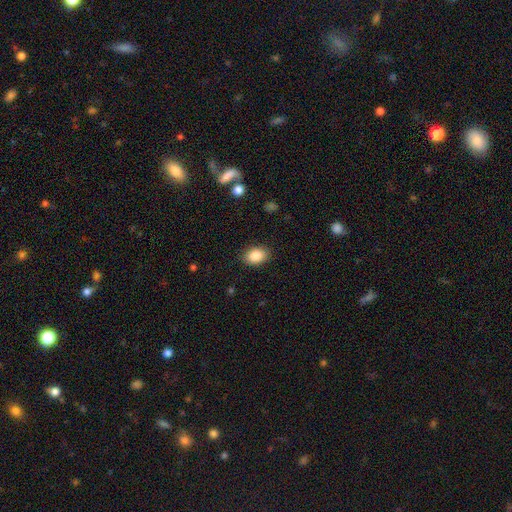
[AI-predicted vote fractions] Q: Smooth or featured?
A: smooth (87%); runner-up: star or artifact (8%)
Q: How rounded?
A: in between (79%); runner-up: round (20%)
Q: Merging?
A: none (87%); runner-up: minor disturbance (9%)